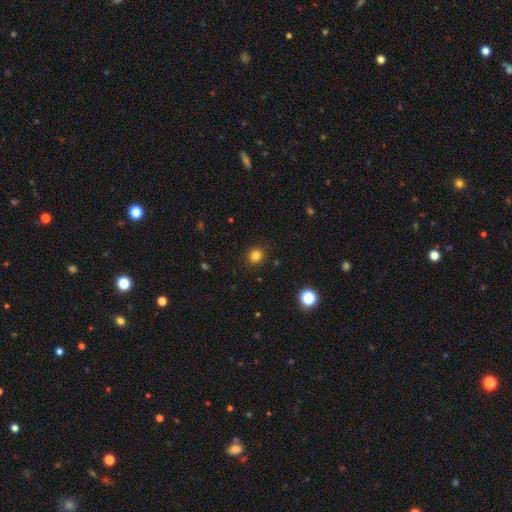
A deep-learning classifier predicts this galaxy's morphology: The model was most divided on "how rounded": round: 82%, in between: 17%, cigar-shaped: 1%. More confident: merging — none (90%); smooth or featured — smooth (82%).